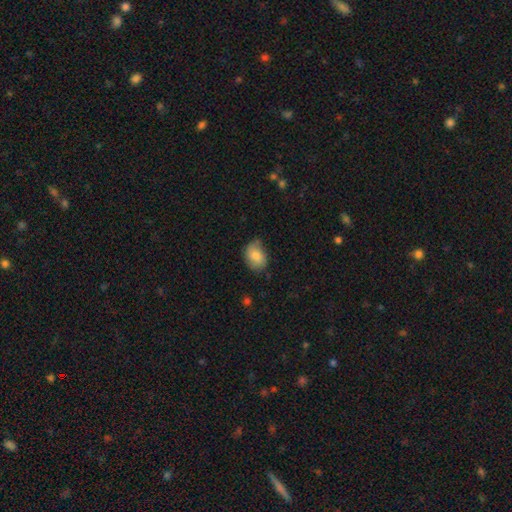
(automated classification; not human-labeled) The model was most divided on "merging": none: 61%, minor disturbance: 31%, major disturbance: 6%, merger: 2%. More confident: smooth or featured — smooth (80%); how rounded — in between (70%).